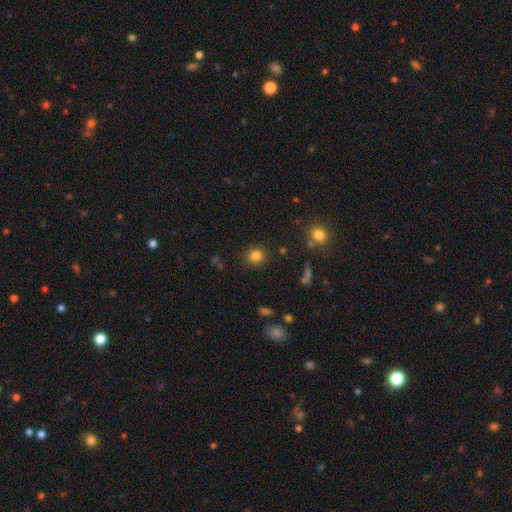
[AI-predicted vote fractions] Smooth or featured: smooth — 82% (star or artifact — 13%)
How rounded: round — 90% (in between — 9%)
Merging: none — 88% (minor disturbance — 7%)